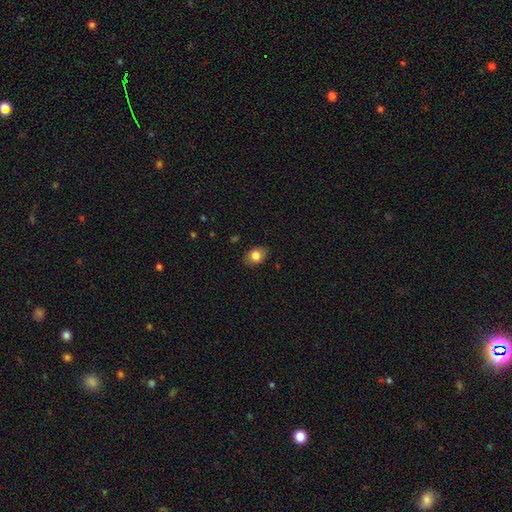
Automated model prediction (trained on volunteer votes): smooth_or_featured: smooth (p=0.83) [alt: star or artifact p=0.09]
how_rounded: in between (p=0.66) [alt: round p=0.33]
merging: none (p=0.85) [alt: minor disturbance p=0.11]